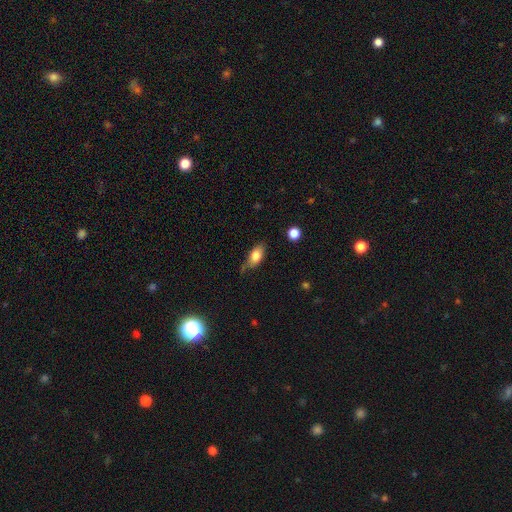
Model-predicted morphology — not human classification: Q: Smooth or featured?
A: smooth (77%); runner-up: featured or disk (15%)
Q: How rounded?
A: in between (86%); runner-up: cigar-shaped (9%)
Q: Merging?
A: none (57%); runner-up: minor disturbance (31%)